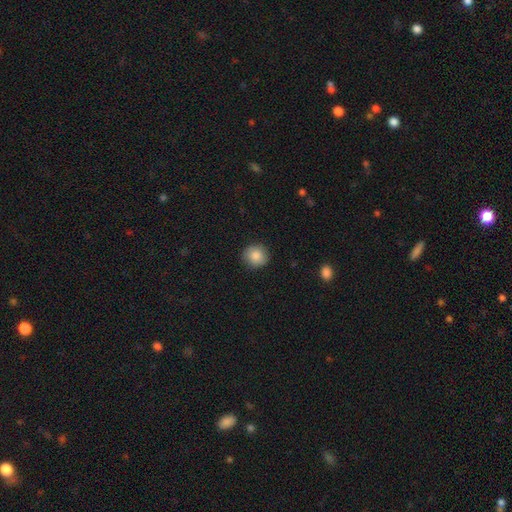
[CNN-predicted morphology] smooth_or_featured: smooth (p=0.86) [alt: star or artifact p=0.08]
how_rounded: round (p=0.91) [alt: in between p=0.08]
merging: none (p=0.88) [alt: minor disturbance p=0.09]